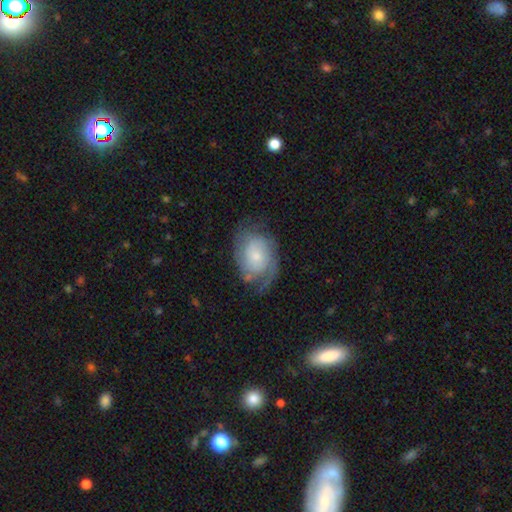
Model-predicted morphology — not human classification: This appears to be a featured or disk galaxy (58%) with no bar (76%), spiral arms (81%) and a small central bulge (52%). Merging: none (52%).